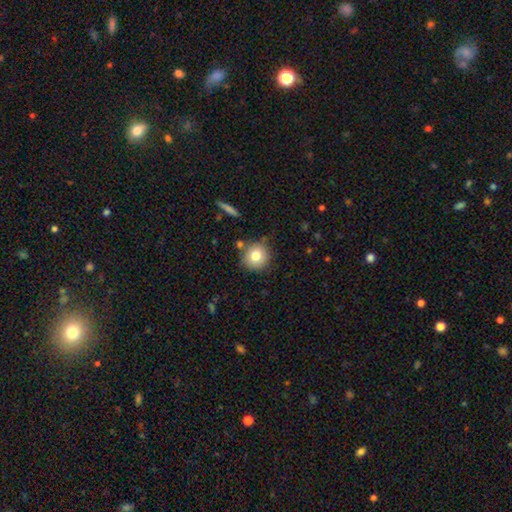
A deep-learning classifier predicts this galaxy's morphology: This appears to be a smooth galaxy with no disk features (77%) that is round (93%). Merging: none (81%).